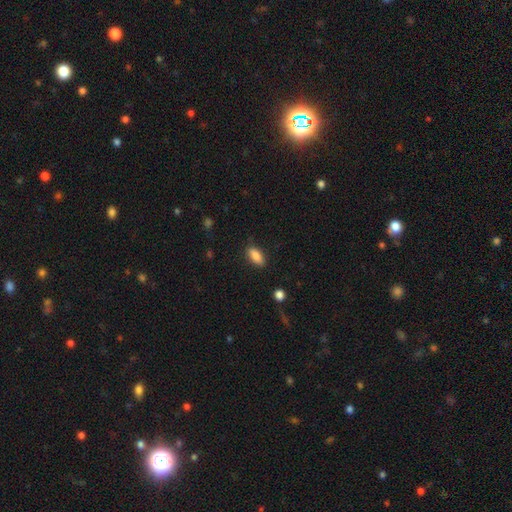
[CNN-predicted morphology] A smooth galaxy with no disk features (85%) that is in between round and cigar-shaped (86%). Merging: none (85%).